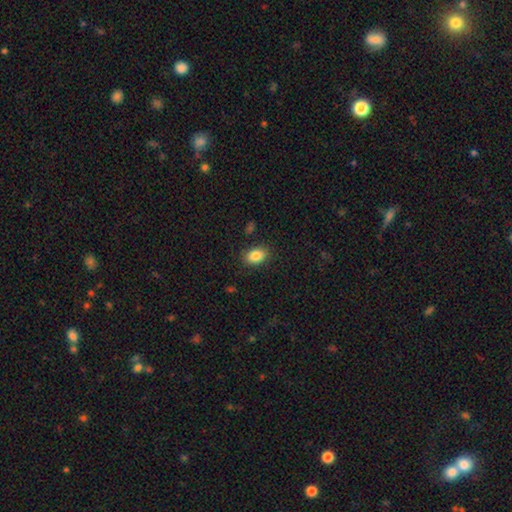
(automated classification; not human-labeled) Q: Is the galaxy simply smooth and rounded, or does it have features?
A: smooth — 86%.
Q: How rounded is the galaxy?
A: in between — 84%.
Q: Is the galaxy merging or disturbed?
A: none — 86%.